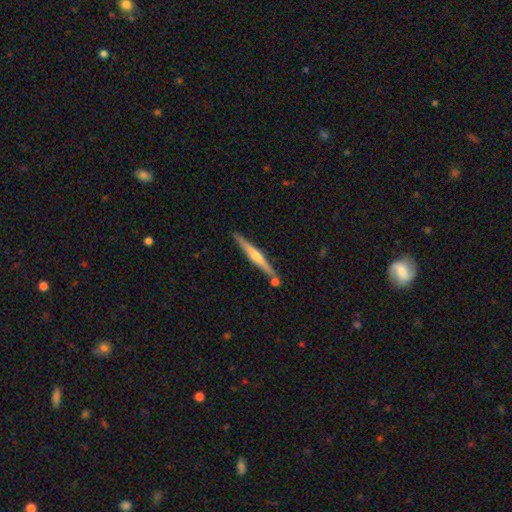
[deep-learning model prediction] A featured or disk galaxy (70%) viewed edge-on (98%) with a rounded central bulge (80%).

Vote fractions:
- Smooth or featured? featured or disk: 70% / smooth: 24% / star or artifact: 6%
- Edge-on disk? yes: 98% / no: 2%
- Edge-on bulge? rounded: 80% / none: 12% / boxy: 8%
- Merging? none: 85% / minor disturbance: 8% / merger: 5% / major disturbance: 2%